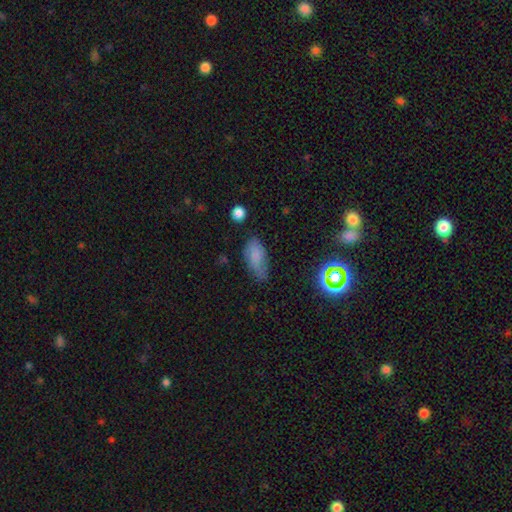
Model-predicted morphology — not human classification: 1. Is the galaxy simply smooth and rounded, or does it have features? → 75% smooth, 13% featured or disk, 12% star or artifact.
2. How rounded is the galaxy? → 85% in between, 11% cigar-shaped, 4% round.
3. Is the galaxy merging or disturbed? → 55% none, 32% minor disturbance, 10% major disturbance, 3% merger.